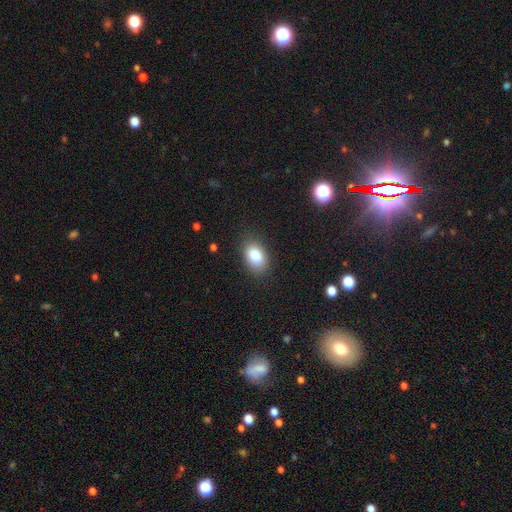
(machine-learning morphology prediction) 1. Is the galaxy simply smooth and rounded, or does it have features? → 83% smooth, 9% star or artifact, 8% featured or disk.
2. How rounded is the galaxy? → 85% in between, 14% round, 1% cigar-shaped.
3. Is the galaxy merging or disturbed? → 85% none, 11% minor disturbance, 3% major disturbance, 1% merger.